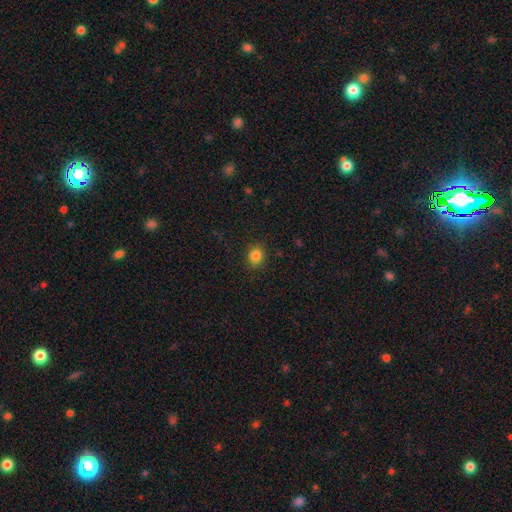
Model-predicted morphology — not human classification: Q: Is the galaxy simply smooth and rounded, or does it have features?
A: smooth — 84%.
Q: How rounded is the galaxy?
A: round — 66%.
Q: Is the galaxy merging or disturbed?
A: none — 89%.